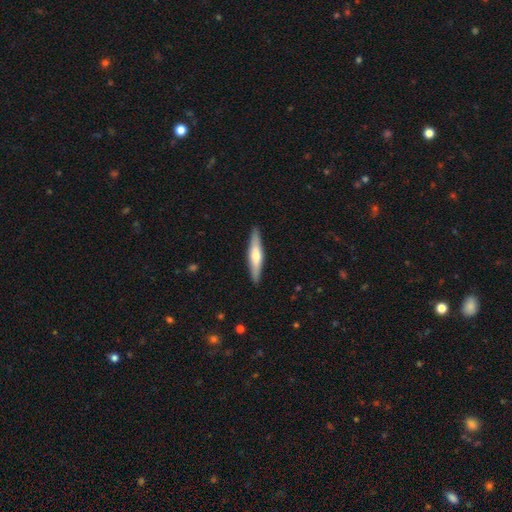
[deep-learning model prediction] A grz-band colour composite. It shows a smooth galaxy with no disk features (50%) that is cigar-shaped (85%). Merging: none (90%).